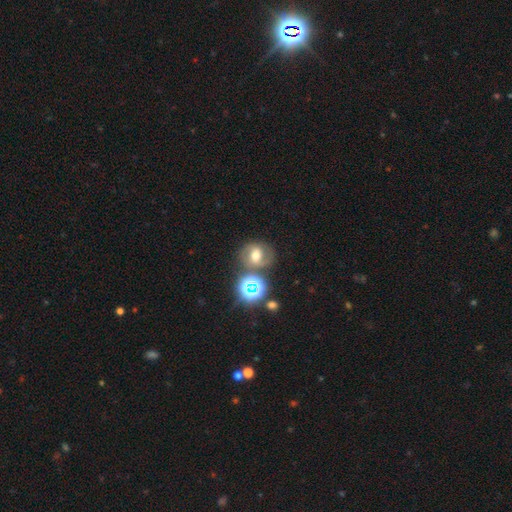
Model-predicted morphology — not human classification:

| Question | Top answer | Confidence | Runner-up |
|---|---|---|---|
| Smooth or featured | featured or disk | 48% | smooth (32%) |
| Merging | none | 67% | minor disturbance (15%) |